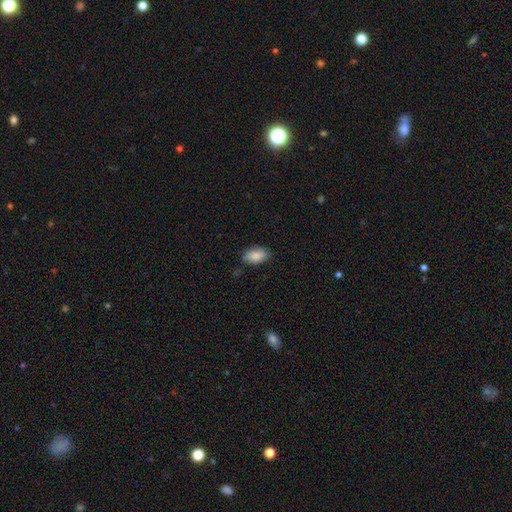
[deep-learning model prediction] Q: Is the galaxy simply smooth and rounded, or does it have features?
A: smooth — 86%.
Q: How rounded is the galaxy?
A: in between — 93%.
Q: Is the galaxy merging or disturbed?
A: none — 77%.